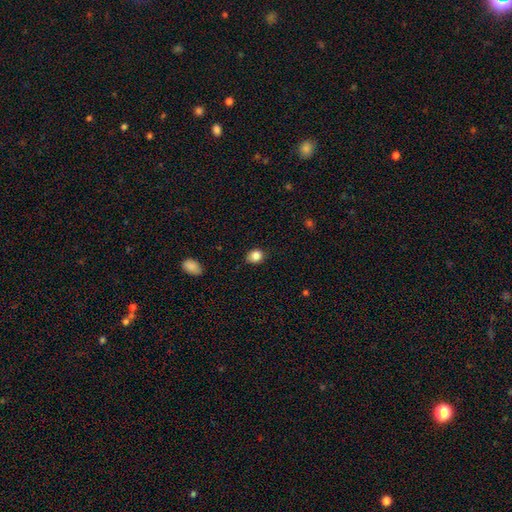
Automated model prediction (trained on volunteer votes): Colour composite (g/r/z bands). It shows a smooth galaxy with no disk features (85%) that is round (59%). Merging: none (79%).